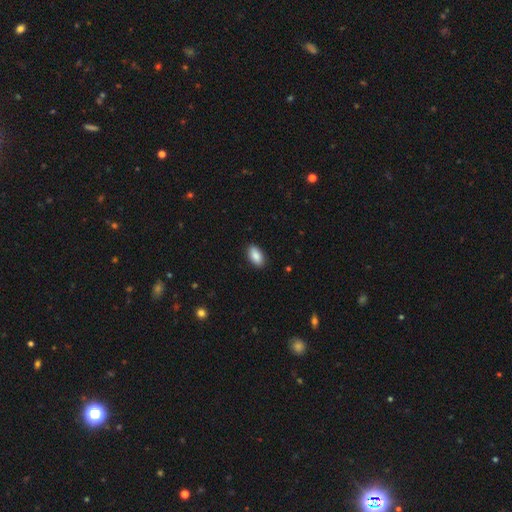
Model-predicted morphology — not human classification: This is clearly a smooth galaxy (88%). How rounded: clearly in between (93%). Merging: clearly none (90%).